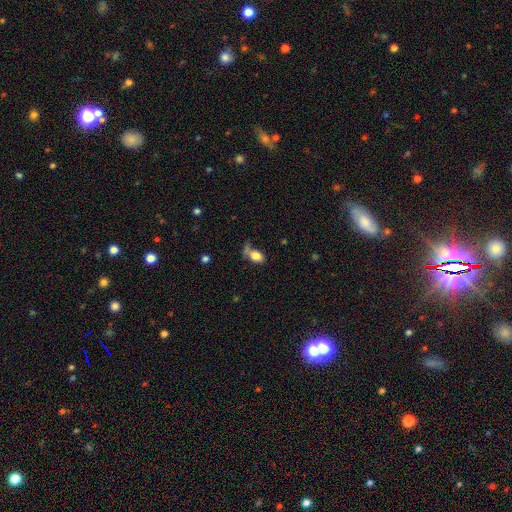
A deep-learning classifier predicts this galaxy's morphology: A smooth galaxy with no disk features (80%) that is in between round and cigar-shaped (82%). Merging: none (46%).